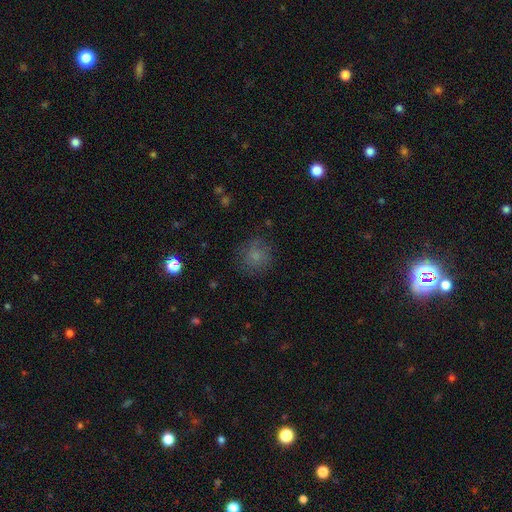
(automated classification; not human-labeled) Smooth or featured?
  - smooth: 71% *
  - featured or disk: 15%
  - star or artifact: 13%
How rounded?
  - round: 86% *
  - in between: 13%
  - cigar-shaped: 1%
Merging?
  - none: 76% *
  - minor disturbance: 16%
  - major disturbance: 7%
  - merger: 1%